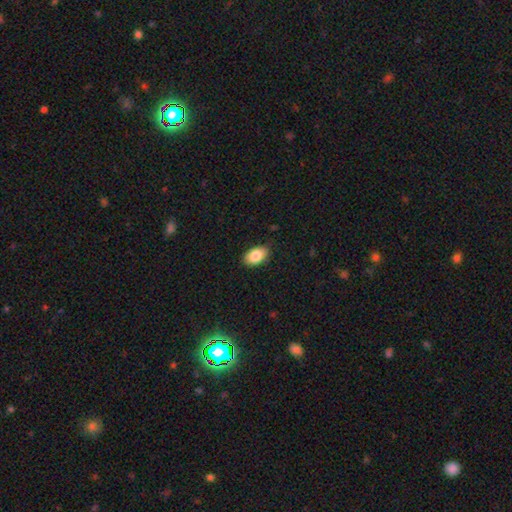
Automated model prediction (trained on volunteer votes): Smooth or featured: smooth — 85% (featured or disk — 8%)
How rounded: in between — 92% (round — 7%)
Merging: none — 86% (minor disturbance — 11%)